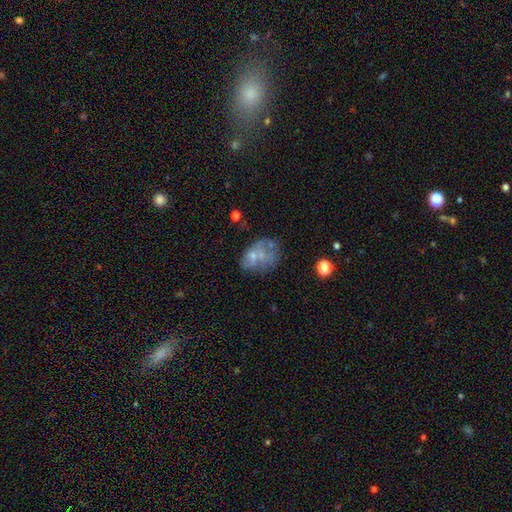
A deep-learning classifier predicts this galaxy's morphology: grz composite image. It shows a featured or disk galaxy (46%). Merging: none (32%).